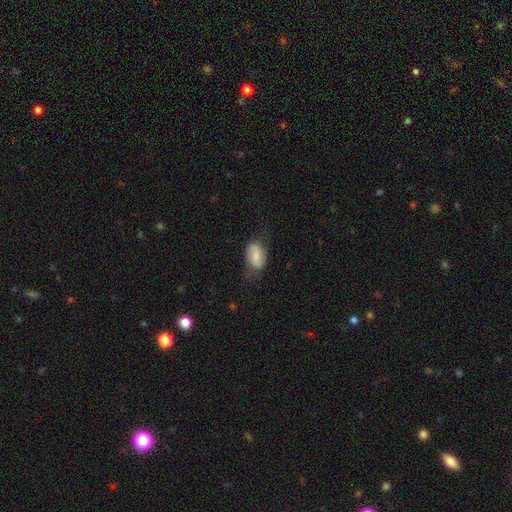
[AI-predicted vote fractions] A featured or disk galaxy (51%).

Vote fractions:
- Smooth or featured? featured or disk: 51% / smooth: 43% / star or artifact: 7%
- Edge-on disk? no: 96% / yes: 4%
- Merging? none: 66% / minor disturbance: 24% / major disturbance: 8% / merger: 2%